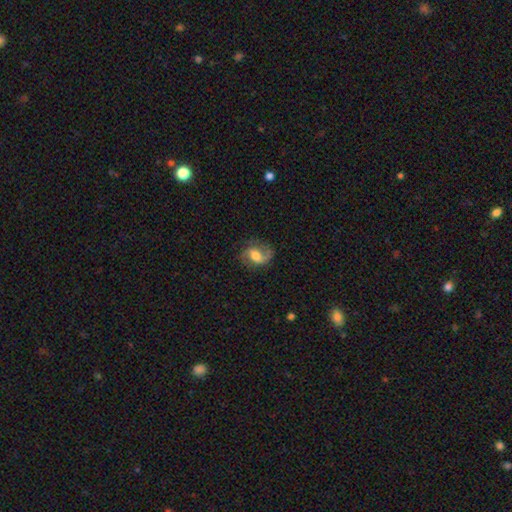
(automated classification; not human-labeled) Q: Smooth or featured?
A: featured or disk (67%); runner-up: smooth (26%)
Q: Edge-on disk?
A: no (97%); runner-up: yes (3%)
Q: Bar?
A: weak (45%); runner-up: no (41%)
Q: Spiral arms?
A: yes (92%); runner-up: no (8%)
Q: Spiral winding?
A: loose (45%); runner-up: medium (41%)
Q: Spiral arm count?
A: 2 (76%); runner-up: 1 (14%)
Q: Bulge size?
A: moderate (59%); runner-up: small (18%)
Q: Merging?
A: none (68%); runner-up: minor disturbance (20%)